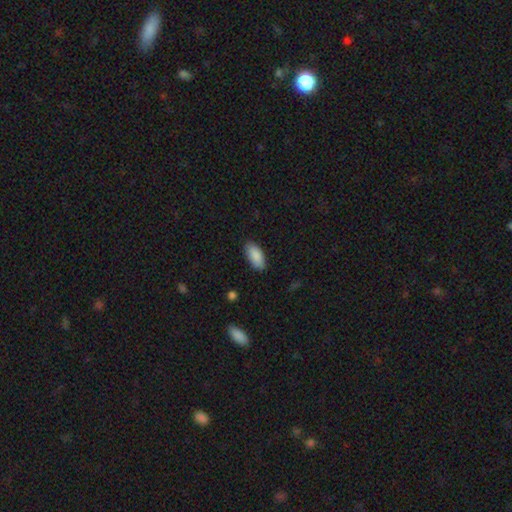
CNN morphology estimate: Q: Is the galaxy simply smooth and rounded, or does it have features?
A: smooth — 89%.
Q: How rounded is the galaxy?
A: in between — 92%.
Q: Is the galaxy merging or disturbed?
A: none — 85%.